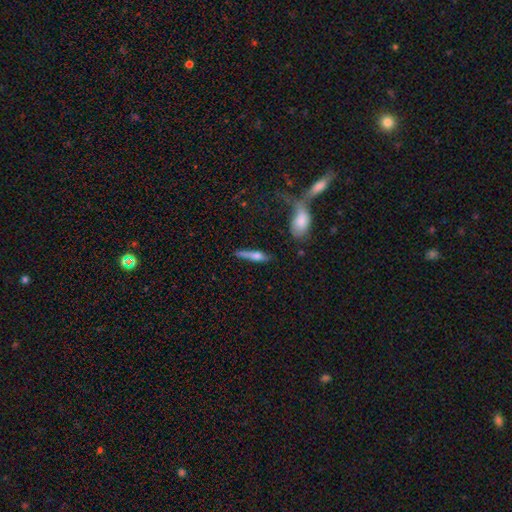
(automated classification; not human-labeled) Smooth or featured? smooth (56%)
How rounded? cigar-shaped (80%)
Merging? none (58%)